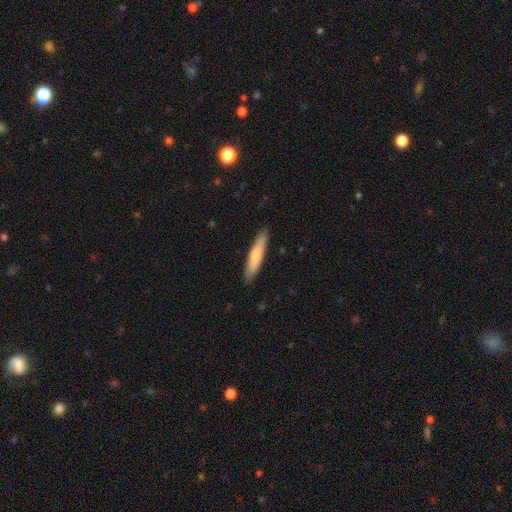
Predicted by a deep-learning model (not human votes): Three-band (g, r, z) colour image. It shows a smooth galaxy with no disk features (73%) that is cigar-shaped (88%). Merging: none (89%).